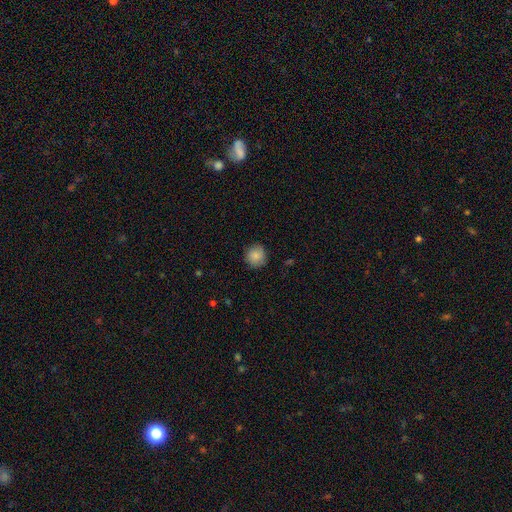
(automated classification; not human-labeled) A smooth galaxy with no disk features (86%) that is round (92%).

Vote fractions:
- Smooth or featured? smooth: 86% / star or artifact: 8% / featured or disk: 6%
- How rounded? round: 92% / in between: 7% / cigar-shaped: 1%
- Merging? none: 88% / minor disturbance: 9% / major disturbance: 2% / merger: 1%